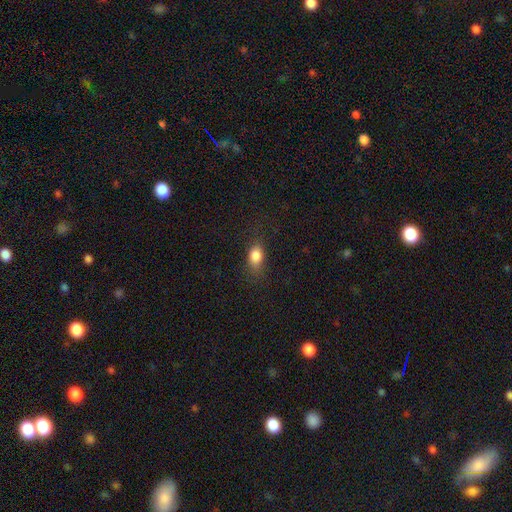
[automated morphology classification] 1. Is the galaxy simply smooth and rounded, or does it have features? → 83% smooth, 10% star or artifact, 7% featured or disk.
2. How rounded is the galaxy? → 73% in between, 23% round, 4% cigar-shaped.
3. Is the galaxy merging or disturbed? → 73% none, 19% minor disturbance, 7% major disturbance, 1% merger.